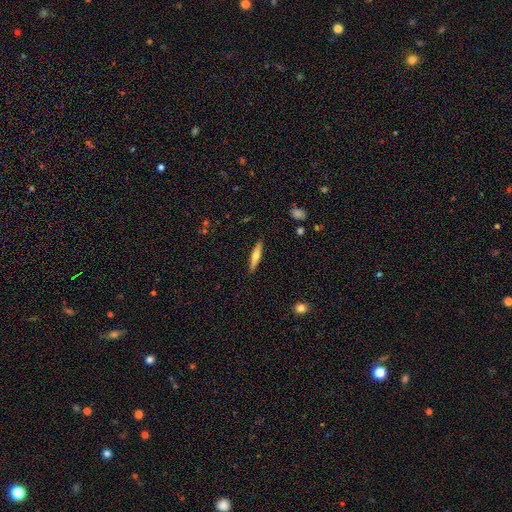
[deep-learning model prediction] A smooth galaxy with no disk features (51%) that is cigar-shaped (81%).

Vote fractions:
- Smooth or featured? smooth: 51% / featured or disk: 42% / star or artifact: 6%
- How rounded? cigar-shaped: 81% / in between: 17% / round: 2%
- Merging? none: 90% / minor disturbance: 7% / major disturbance: 2% / merger: 1%